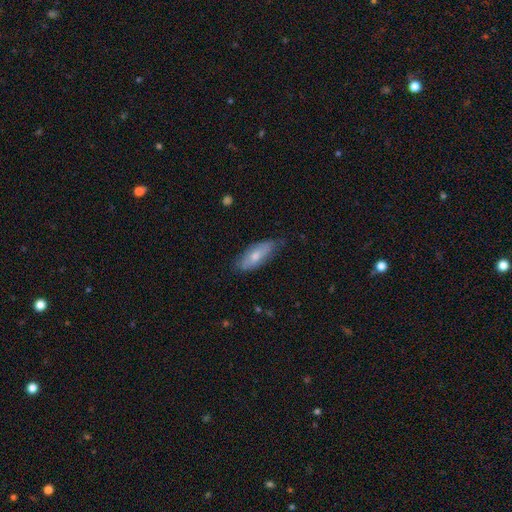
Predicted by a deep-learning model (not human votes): Smooth or featured? Predicted: smooth (p=0.62). How rounded? Predicted: in between (p=0.72). Merging? Predicted: none (p=0.72).